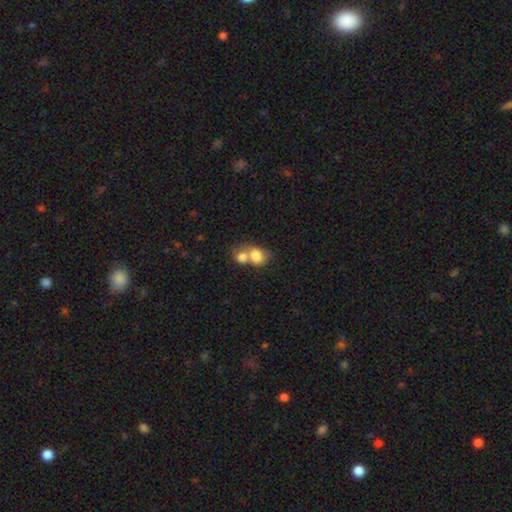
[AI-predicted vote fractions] Smooth or featured? smooth (79%)
How rounded? round (57%)
Merging? merger (67%)